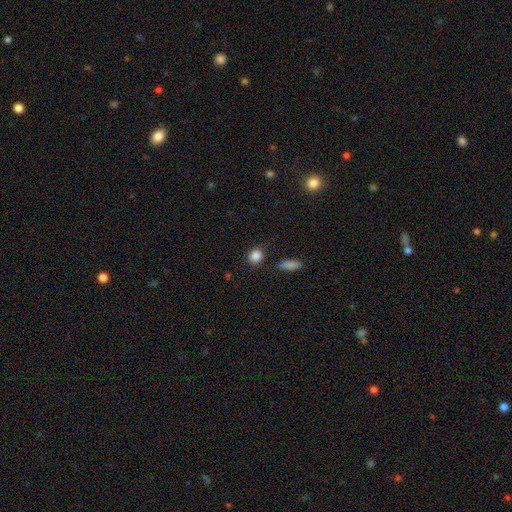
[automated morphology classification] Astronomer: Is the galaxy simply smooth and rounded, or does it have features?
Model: smooth — 86%.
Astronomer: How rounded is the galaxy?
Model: round — 76%.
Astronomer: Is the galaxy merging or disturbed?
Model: none — 84%.